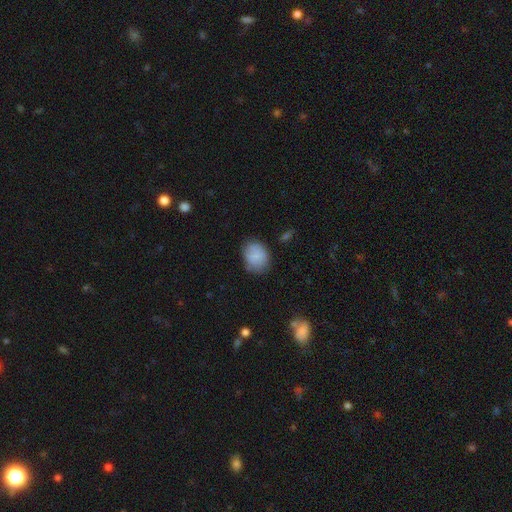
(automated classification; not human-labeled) The model was most divided on "how rounded": in between: 52%, round: 47%, cigar-shaped: 1%. More confident: smooth or featured — smooth (81%); merging — none (74%).